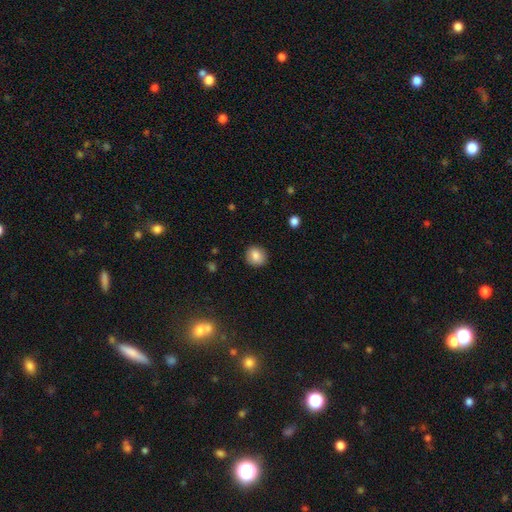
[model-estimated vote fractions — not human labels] Smooth or featured?
  - smooth: 85% *
  - star or artifact: 9%
  - featured or disk: 6%
How rounded?
  - round: 83% *
  - in between: 16%
  - cigar-shaped: 1%
Merging?
  - none: 89% *
  - minor disturbance: 8%
  - major disturbance: 2%
  - merger: 1%